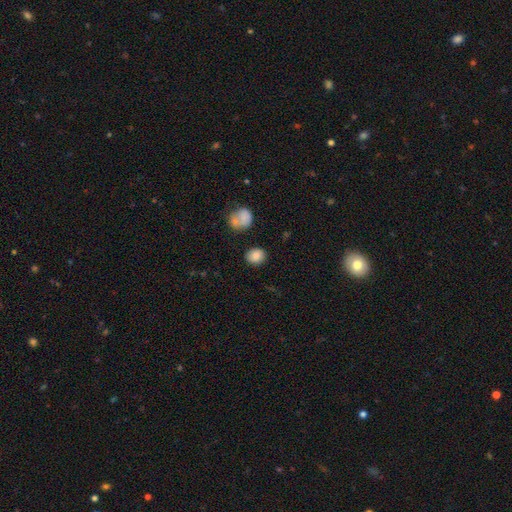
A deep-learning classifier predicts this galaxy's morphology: A smooth galaxy with no disk features (84%) that is round (64%). Merging: none (84%).